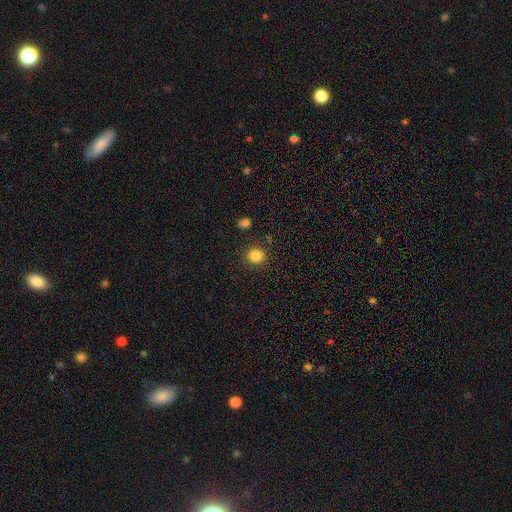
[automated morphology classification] type=smooth (84%); roundness=round (91%); merging=none (87%).